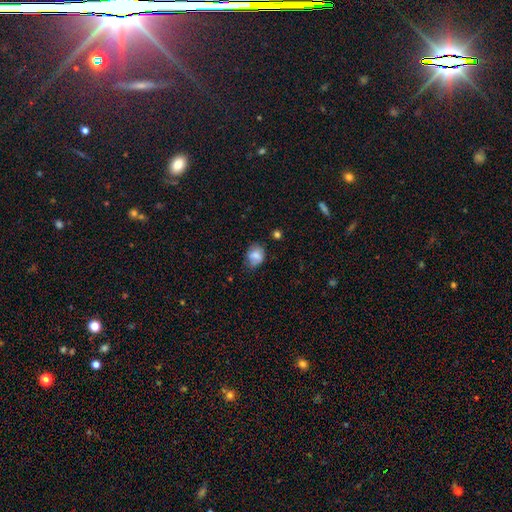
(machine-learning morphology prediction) smooth_or_featured: smooth (p=0.75) [alt: featured or disk p=0.15]
how_rounded: in between (p=0.58) [alt: round p=0.41]
merging: none (p=0.59) [alt: minor disturbance p=0.30]